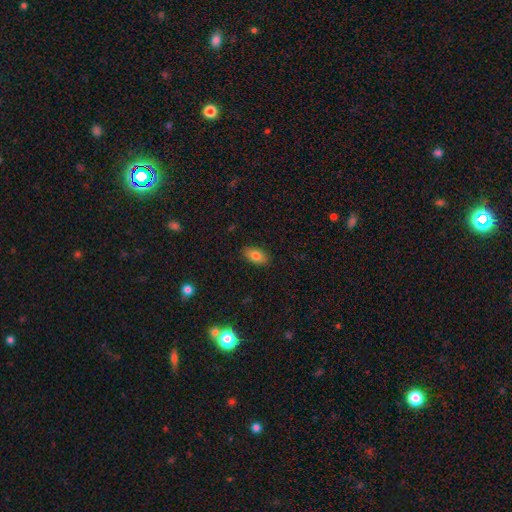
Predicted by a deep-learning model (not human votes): Morphology: type=smooth (81%); roundness=in between (91%); merging=none (88%).